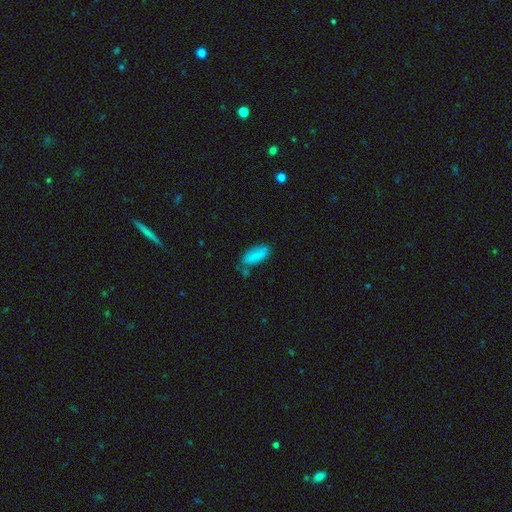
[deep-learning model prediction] This is clearly a smooth galaxy (85%). How rounded: likely in between (77%). Merging: likely none (62%).